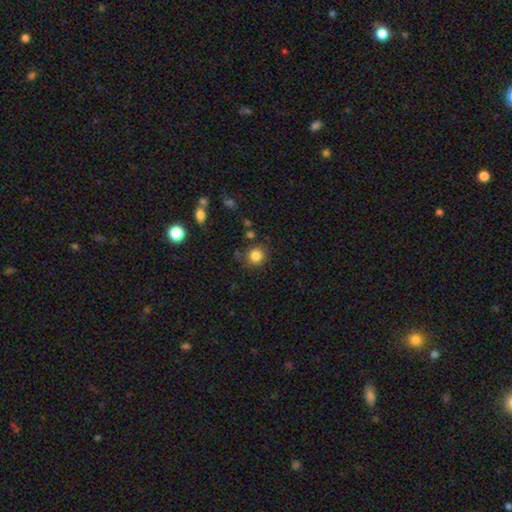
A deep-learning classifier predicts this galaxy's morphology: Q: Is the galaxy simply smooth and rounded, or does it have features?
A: smooth — 83%.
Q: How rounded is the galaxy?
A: round — 88%.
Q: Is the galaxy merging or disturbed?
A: none — 80%.